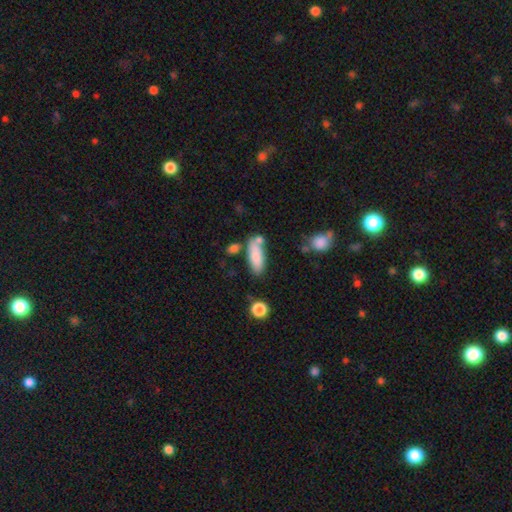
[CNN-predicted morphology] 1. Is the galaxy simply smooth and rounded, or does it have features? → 82% smooth, 11% featured or disk, 7% star or artifact.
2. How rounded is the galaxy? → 66% in between, 32% cigar-shaped, 2% round.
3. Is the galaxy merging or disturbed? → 60% none, 18% merger, 18% minor disturbance, 5% major disturbance.